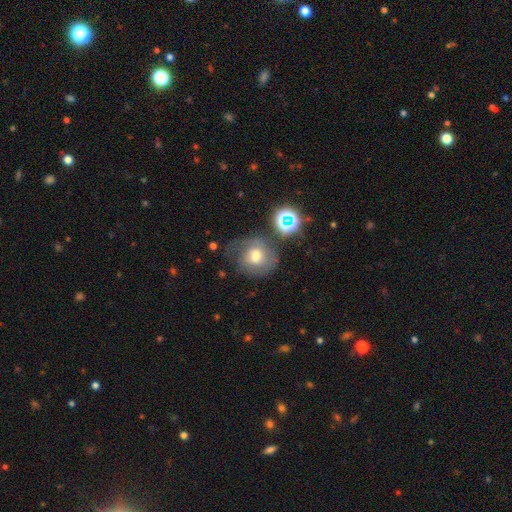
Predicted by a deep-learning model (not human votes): The model was most divided on "smooth or featured": smooth: 50%, featured or disk: 35%, star or artifact: 14%. Remaining: how rounded — round (80%); merging — none (47%).